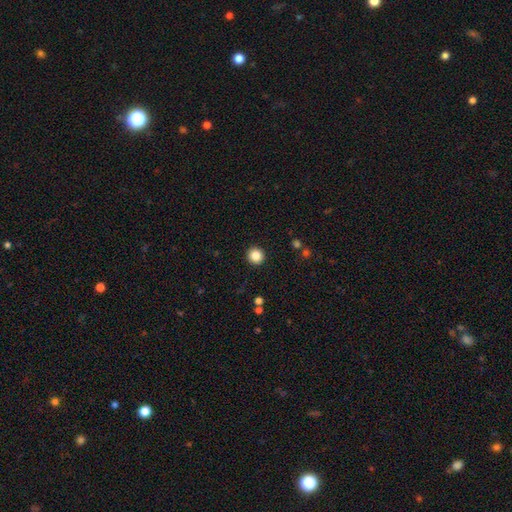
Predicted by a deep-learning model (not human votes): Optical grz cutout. It shows a smooth galaxy with no disk features (85%) that is round (92%). Merging: none (92%).